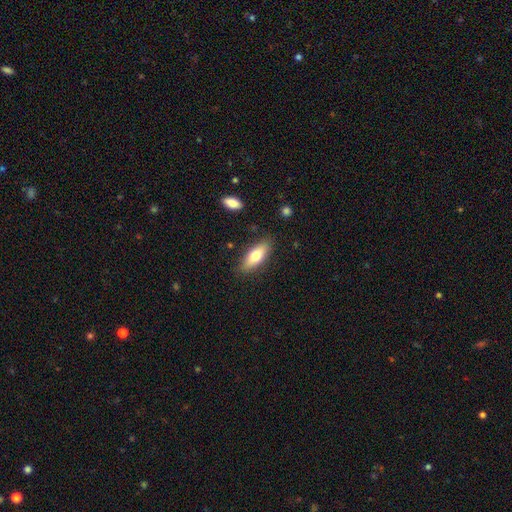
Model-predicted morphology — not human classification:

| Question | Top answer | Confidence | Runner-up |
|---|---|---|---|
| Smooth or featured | smooth | 69% | featured or disk (24%) |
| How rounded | in between | 69% | cigar-shaped (29%) |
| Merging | none | 84% | minor disturbance (12%) |